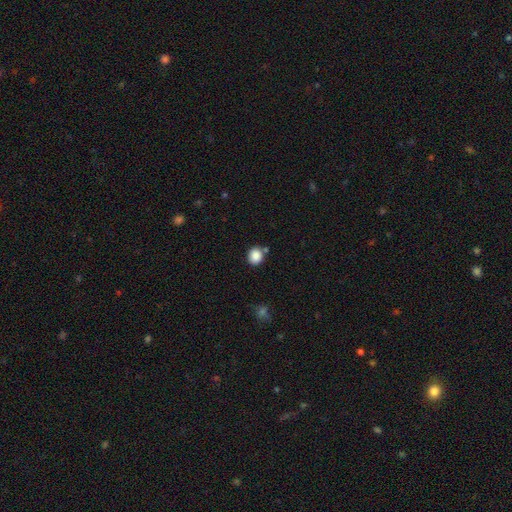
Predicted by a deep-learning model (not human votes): smooth-or-featured: smooth: 87% | star or artifact: 9% | featured or disk: 3%
  how-rounded: round: 75% | in between: 24% | cigar-shaped: 1%
  merging: none: 77% | minor disturbance: 11% | merger: 9% | major disturbance: 3%